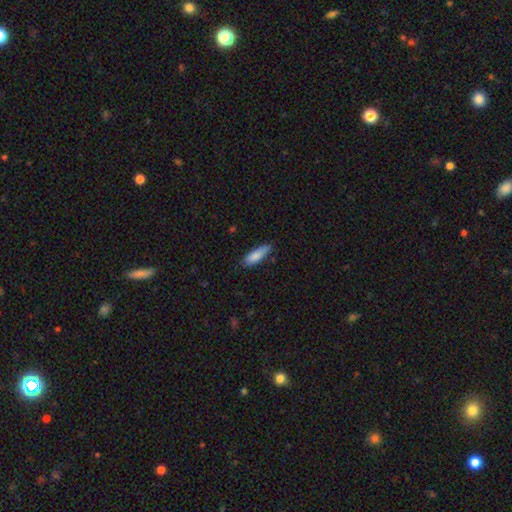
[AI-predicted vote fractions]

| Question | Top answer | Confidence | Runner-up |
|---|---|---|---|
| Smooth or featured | smooth | 84% | featured or disk (10%) |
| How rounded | in between | 54% | cigar-shaped (45%) |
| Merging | none | 74% | minor disturbance (21%) |